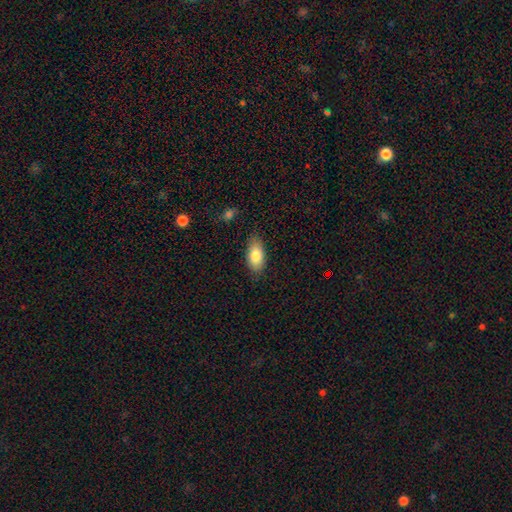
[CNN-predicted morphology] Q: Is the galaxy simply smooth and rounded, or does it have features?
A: smooth — 83%.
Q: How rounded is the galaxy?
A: in between — 90%.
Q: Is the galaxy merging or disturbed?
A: none — 81%.